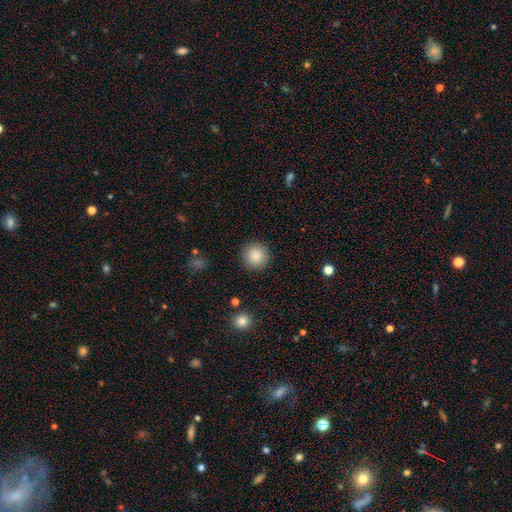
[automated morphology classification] smooth_or_featured: smooth (p=0.88) [alt: star or artifact p=0.08]
how_rounded: round (p=0.95) [alt: in between p=0.04]
merging: none (p=0.91) [alt: minor disturbance p=0.06]